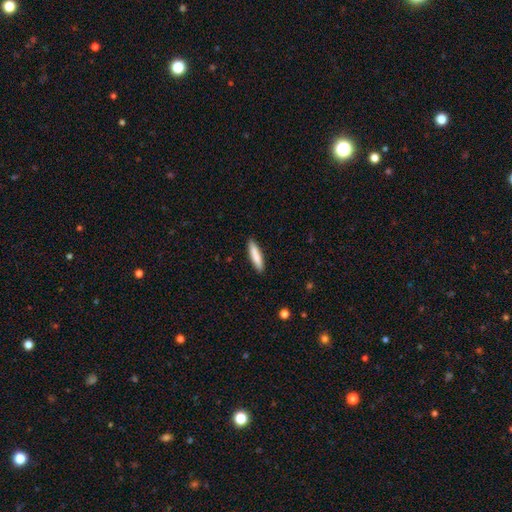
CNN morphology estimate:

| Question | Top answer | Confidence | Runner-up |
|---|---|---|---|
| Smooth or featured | smooth | 81% | featured or disk (13%) |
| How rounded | cigar-shaped | 84% | in between (15%) |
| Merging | none | 89% | minor disturbance (8%) |